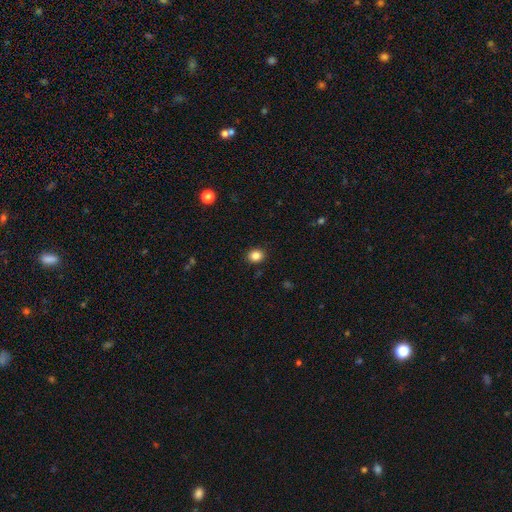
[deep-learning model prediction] Morphology: type=smooth (85%); roundness=round (67%); merging=none (90%).